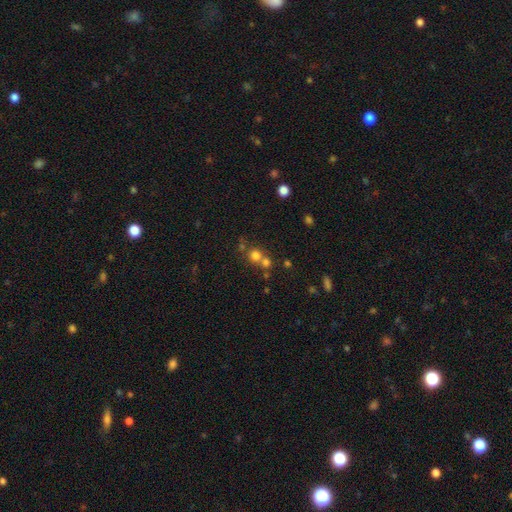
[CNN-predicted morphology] type=smooth (71%); roundness=round (87%); merging=none (51%).